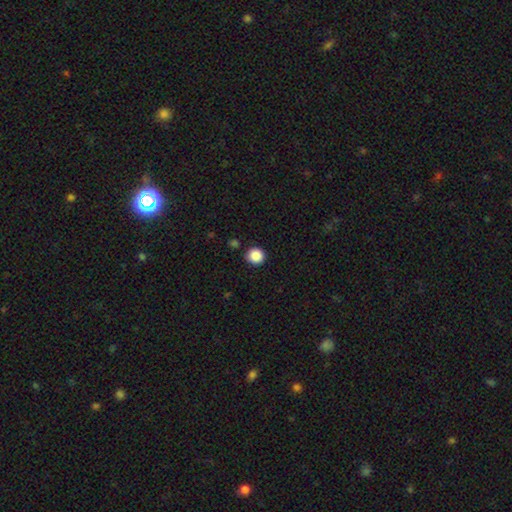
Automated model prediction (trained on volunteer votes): Smooth or featured: smooth — 88% (star or artifact — 10%)
How rounded: round — 93% (in between — 6%)
Merging: none — 89% (minor disturbance — 7%)